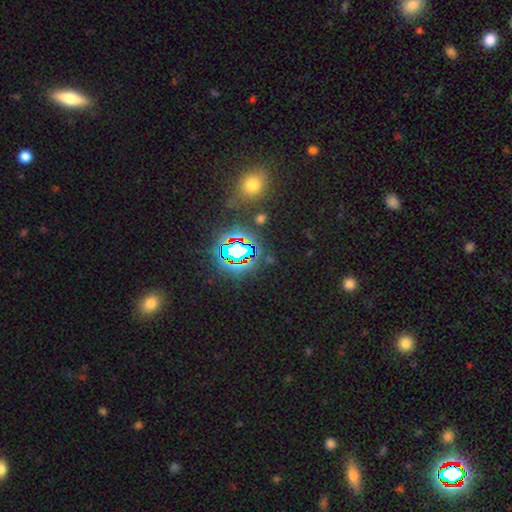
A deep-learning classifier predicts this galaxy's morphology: Smooth or featured? Predicted: star or artifact (p=0.73).